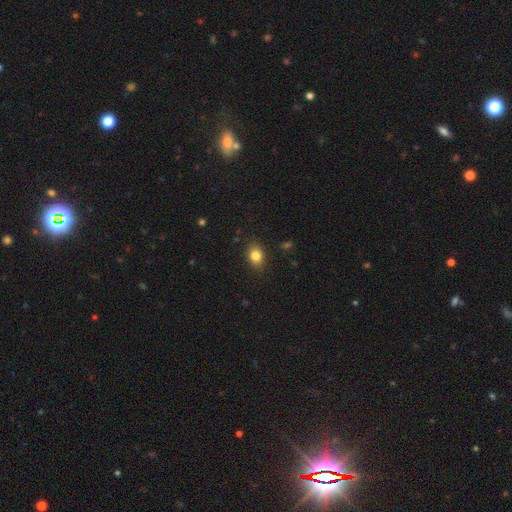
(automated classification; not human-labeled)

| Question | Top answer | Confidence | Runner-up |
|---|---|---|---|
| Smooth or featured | smooth | 83% | star or artifact (10%) |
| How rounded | in between | 63% | round (35%) |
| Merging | none | 85% | minor disturbance (12%) |